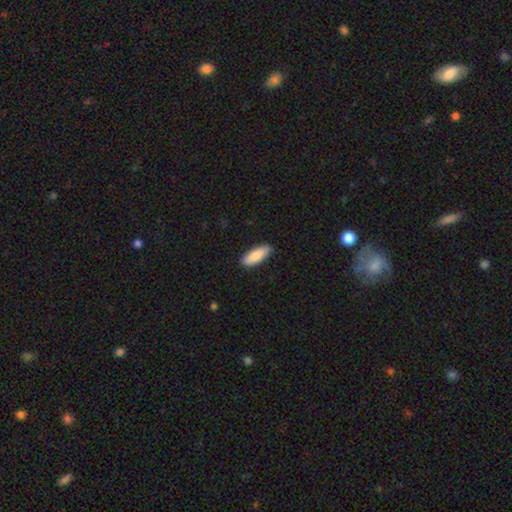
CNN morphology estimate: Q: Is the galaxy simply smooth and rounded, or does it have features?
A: smooth — 86%.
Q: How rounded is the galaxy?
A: in between — 59%.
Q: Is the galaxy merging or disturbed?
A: none — 87%.